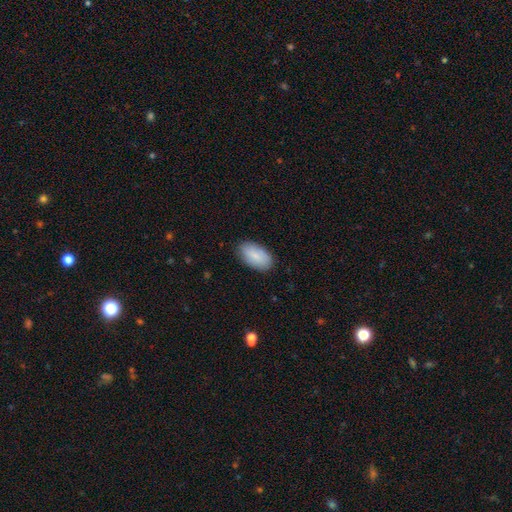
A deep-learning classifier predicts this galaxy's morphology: This appears to be a smooth galaxy with no disk features (86%) that is in between round and cigar-shaped (95%). Merging: none (85%).